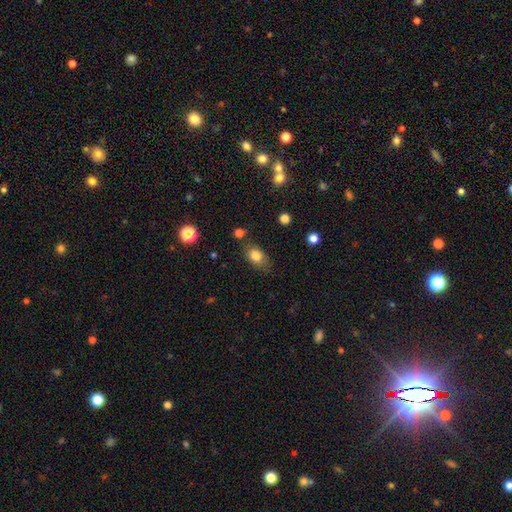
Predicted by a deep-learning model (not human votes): smooth-or-featured: smooth: 82% | star or artifact: 9% | featured or disk: 8%
  how-rounded: in between: 78% | round: 20% | cigar-shaped: 2%
  merging: none: 69% | minor disturbance: 21% | major disturbance: 6% | merger: 4%